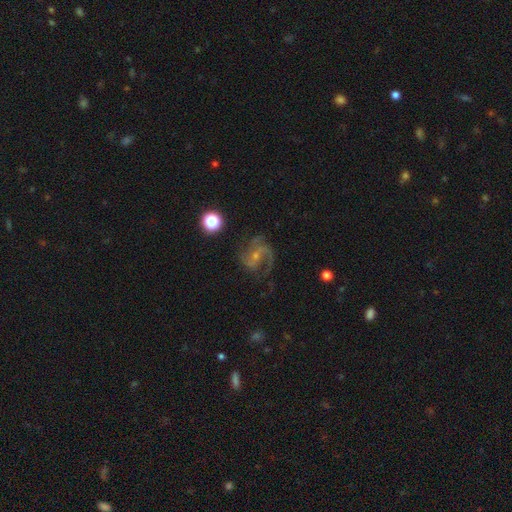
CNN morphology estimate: Smooth or featured? Predicted: featured or disk (p=0.85). Edge-on disk? Predicted: no (p=0.98). Bar? Predicted: no (p=0.50). Spiral arms? Predicted: yes (p=0.97). Spiral winding? Predicted: medium (p=0.56). Spiral arm count? Predicted: 2 (p=0.57). Bulge size? Predicted: small (p=0.70). Merging? Predicted: none (p=0.71).